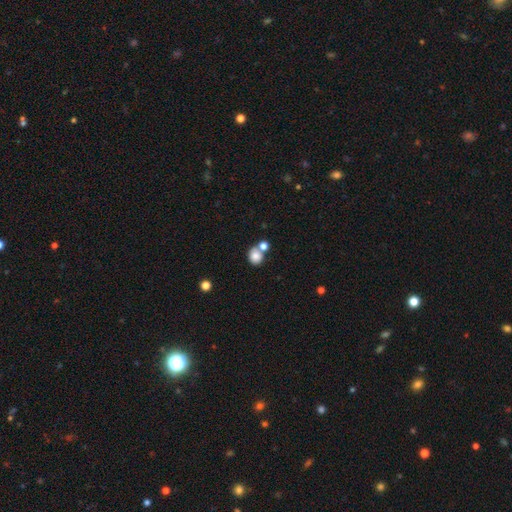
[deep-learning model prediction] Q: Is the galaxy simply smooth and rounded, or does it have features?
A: smooth — 82%.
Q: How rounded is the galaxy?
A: round — 71%.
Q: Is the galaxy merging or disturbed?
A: none — 46%.